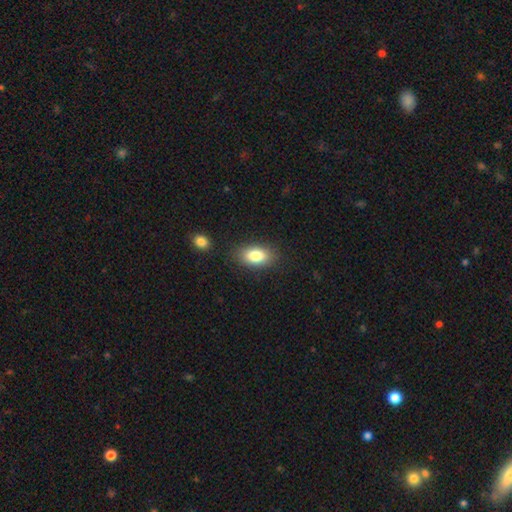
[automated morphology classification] Smooth or featured? smooth (83%)
How rounded? in between (90%)
Merging? none (84%)